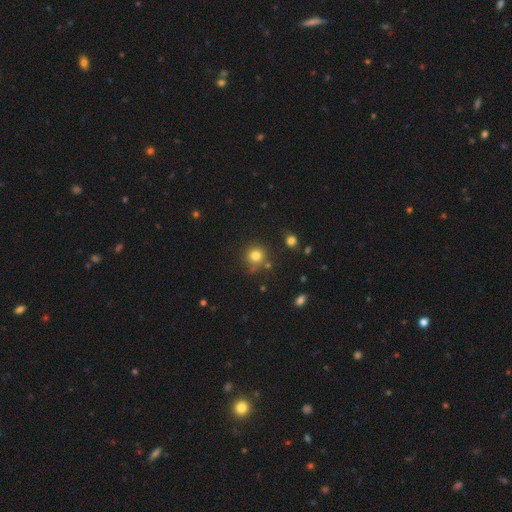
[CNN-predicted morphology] This appears to be a smooth galaxy with no disk features (80%) that is round (91%). Merging: none (77%).